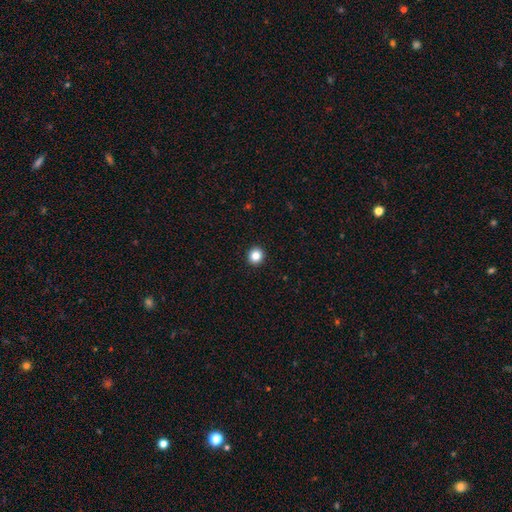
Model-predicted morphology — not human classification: type=smooth (84%); roundness=round (90%); merging=none (94%).